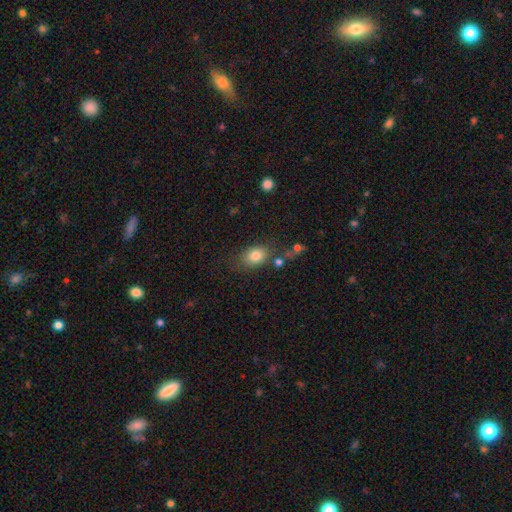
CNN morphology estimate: Smooth or featured?
  - smooth: 81% *
  - star or artifact: 10%
  - featured or disk: 9%
How rounded?
  - in between: 72% *
  - round: 27%
  - cigar-shaped: 2%
Merging?
  - none: 70% *
  - minor disturbance: 16%
  - merger: 8%
  - major disturbance: 6%